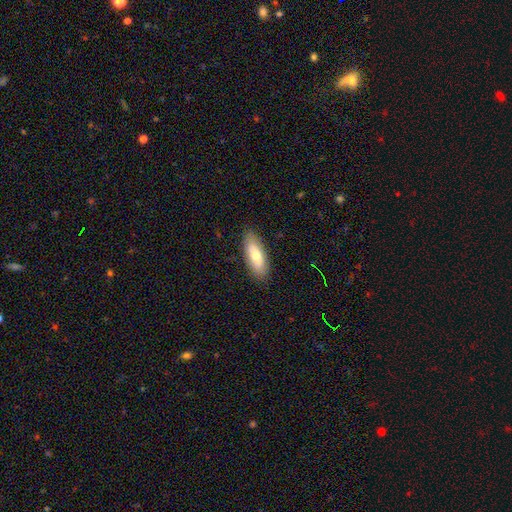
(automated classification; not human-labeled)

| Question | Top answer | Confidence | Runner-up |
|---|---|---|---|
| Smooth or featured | smooth | 71% | featured or disk (22%) |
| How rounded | in between | 72% | cigar-shaped (26%) |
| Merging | none | 87% | minor disturbance (10%) |